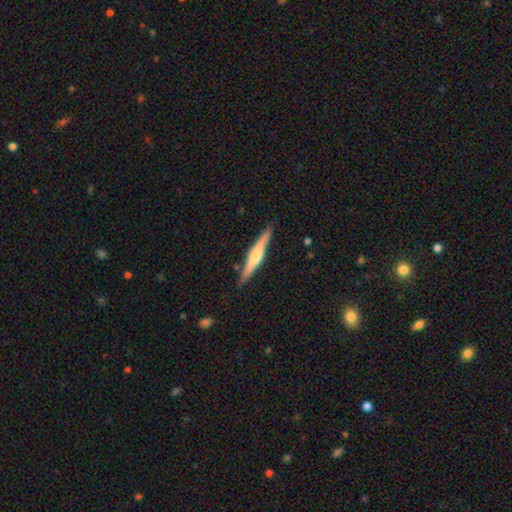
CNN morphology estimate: Smooth or featured? featured or disk (62%)
Edge-on disk? yes (97%)
Edge-on bulge? rounded (78%)
Merging? none (88%)